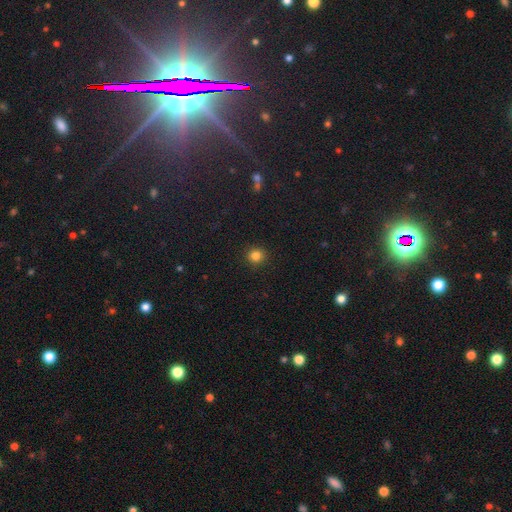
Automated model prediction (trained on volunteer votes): Q: Smooth or featured?
A: smooth (83%); runner-up: star or artifact (13%)
Q: How rounded?
A: round (92%); runner-up: in between (7%)
Q: Merging?
A: none (91%); runner-up: minor disturbance (6%)